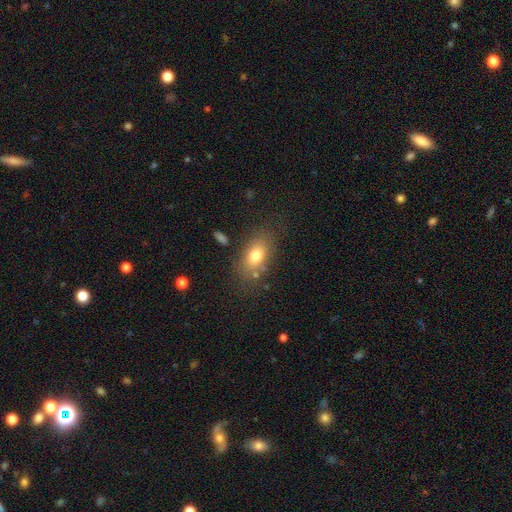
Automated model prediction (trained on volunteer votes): Overall: smooth (76%). How rounded: in between (83%). Merging: none (73%).